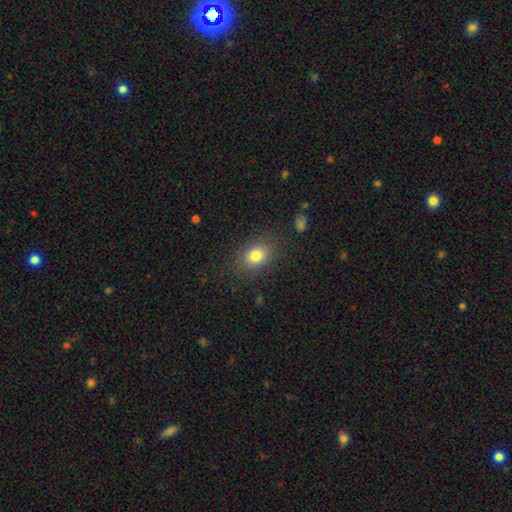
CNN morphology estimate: Overall: smooth (80%). How rounded: in between (61%; round 38%). Merging: none (82%).